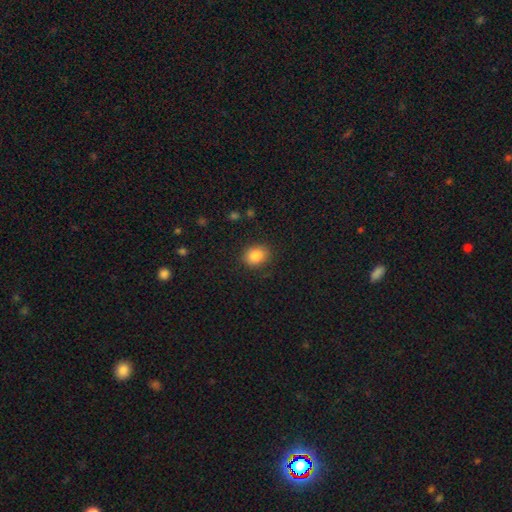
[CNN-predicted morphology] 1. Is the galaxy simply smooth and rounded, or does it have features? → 85% smooth, 9% star or artifact, 6% featured or disk.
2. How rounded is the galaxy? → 51% round, 48% in between, 1% cigar-shaped.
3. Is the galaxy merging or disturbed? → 85% none, 11% minor disturbance, 3% major disturbance, 1% merger.